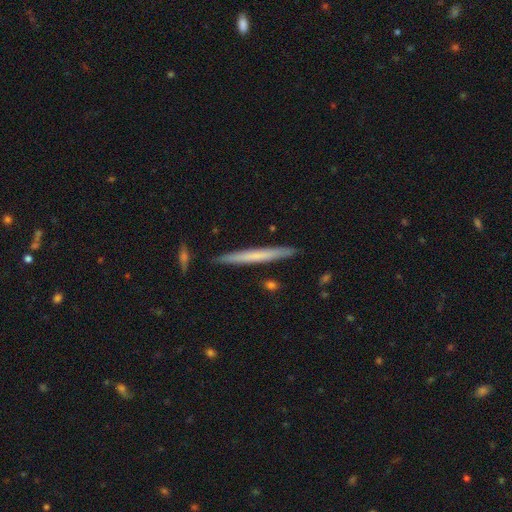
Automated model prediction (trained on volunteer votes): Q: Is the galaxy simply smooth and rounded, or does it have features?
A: smooth — 56%.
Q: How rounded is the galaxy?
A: cigar-shaped — 97%.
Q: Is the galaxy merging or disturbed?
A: none — 89%.